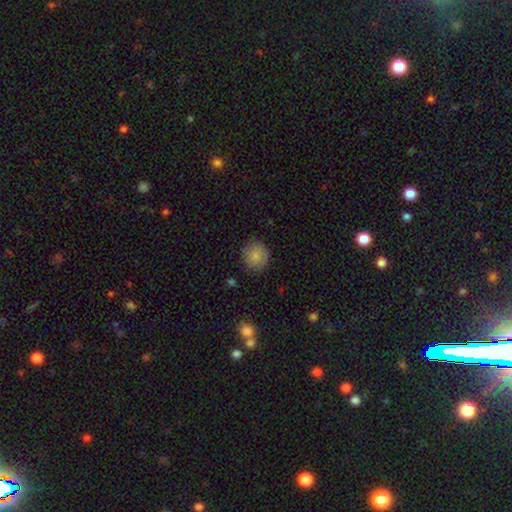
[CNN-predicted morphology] type=smooth (83%); roundness=round (90%); merging=none (84%).